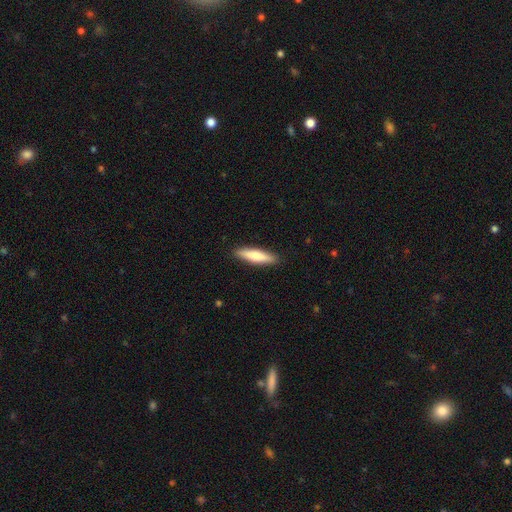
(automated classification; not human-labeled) This appears to be a smooth galaxy with no disk features (72%) that is cigar-shaped (80%). Merging: none (90%).